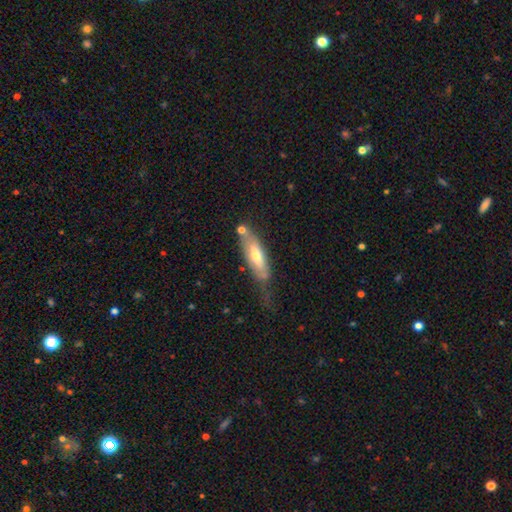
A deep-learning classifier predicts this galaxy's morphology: Overall: smooth (53%; featured or disk 40%). How rounded: cigar-shaped (49%, tied with in between). Merging: none (47%; minor disturbance 28%).